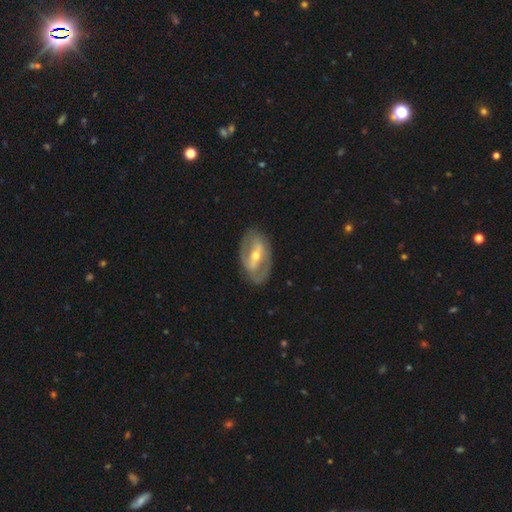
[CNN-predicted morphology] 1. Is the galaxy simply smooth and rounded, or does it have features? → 78% featured or disk, 17% smooth, 5% star or artifact.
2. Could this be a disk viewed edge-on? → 93% no, 7% yes.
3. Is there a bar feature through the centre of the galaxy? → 58% strong, 27% weak, 14% no.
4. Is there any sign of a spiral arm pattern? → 61% yes, 39% no.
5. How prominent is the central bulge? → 55% moderate, 41% small, 2% large, 1% none, 1% dominant.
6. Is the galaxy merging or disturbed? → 80% none, 13% minor disturbance, 5% major disturbance, 1% merger.